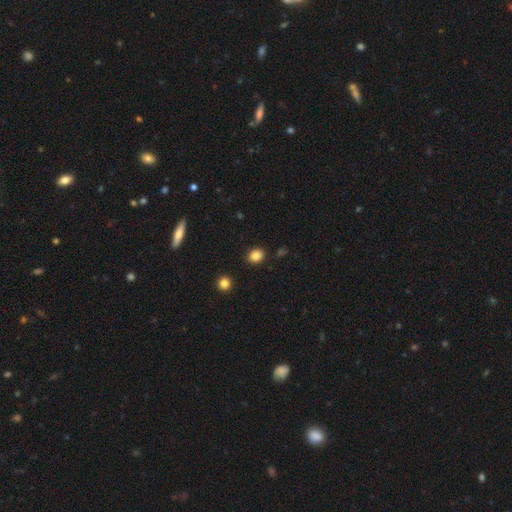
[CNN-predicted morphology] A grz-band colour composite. It shows a smooth galaxy with no disk features (84%) that is round (50%). Merging: none (87%).